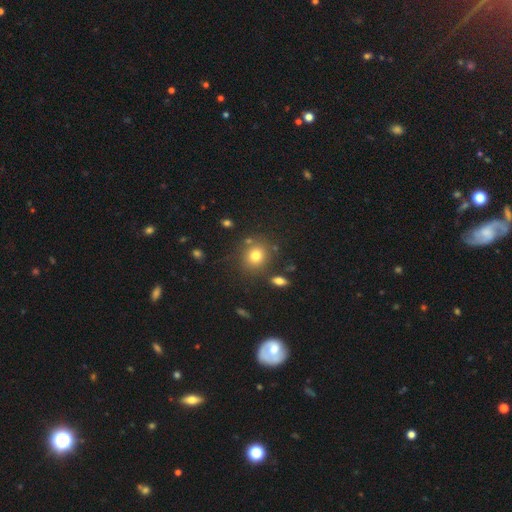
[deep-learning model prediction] Smooth or featured? smooth (77%)
How rounded? round (76%)
Merging? none (79%)